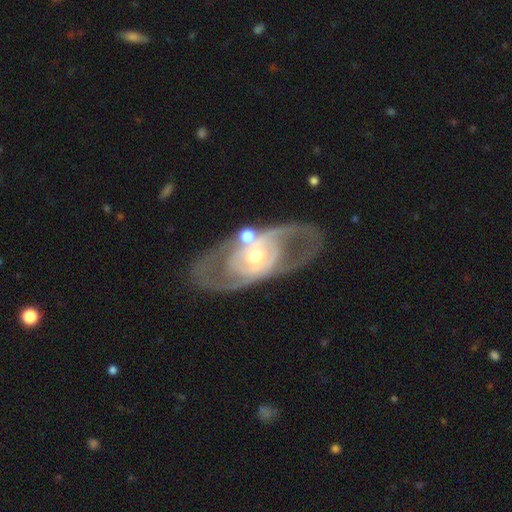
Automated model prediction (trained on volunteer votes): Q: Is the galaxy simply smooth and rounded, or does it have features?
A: featured or disk — 81%.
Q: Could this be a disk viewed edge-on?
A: no — 90%.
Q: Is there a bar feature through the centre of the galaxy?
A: no — 63%.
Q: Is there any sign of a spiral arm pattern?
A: yes — 56%.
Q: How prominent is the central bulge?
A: moderate — 62%.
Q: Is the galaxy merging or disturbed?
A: none — 69%.